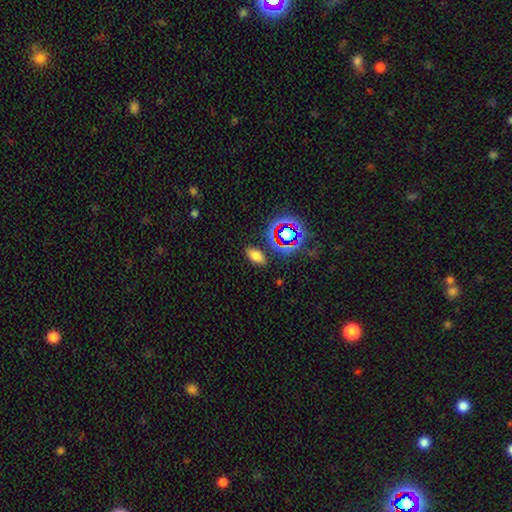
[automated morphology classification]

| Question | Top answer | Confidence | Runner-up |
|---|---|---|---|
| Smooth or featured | smooth | 69% | star or artifact (21%) |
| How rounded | in between | 86% | round (7%) |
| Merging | none | 84% | minor disturbance (10%) |